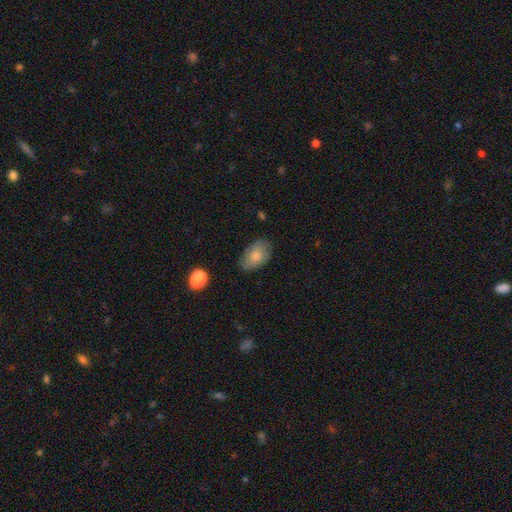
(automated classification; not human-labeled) Morphology: type=smooth (78%); roundness=in between (90%); merging=none (71%).